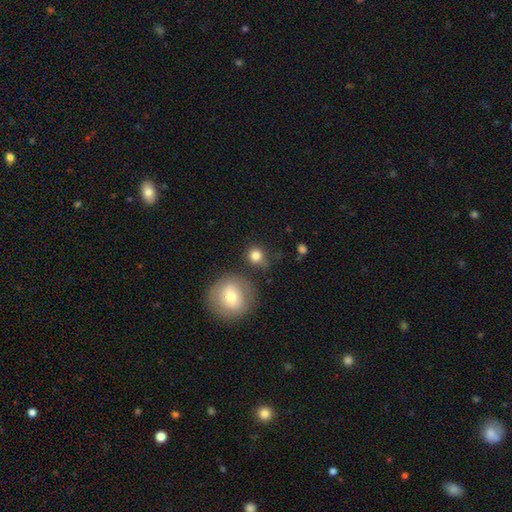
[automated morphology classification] A smooth galaxy with no disk features (82%) that is round (85%).

Vote fractions:
- Smooth or featured? smooth: 82% / star or artifact: 10% / featured or disk: 8%
- How rounded? round: 85% / in between: 14% / cigar-shaped: 1%
- Merging? none: 69% / minor disturbance: 16% / merger: 9% / major disturbance: 6%